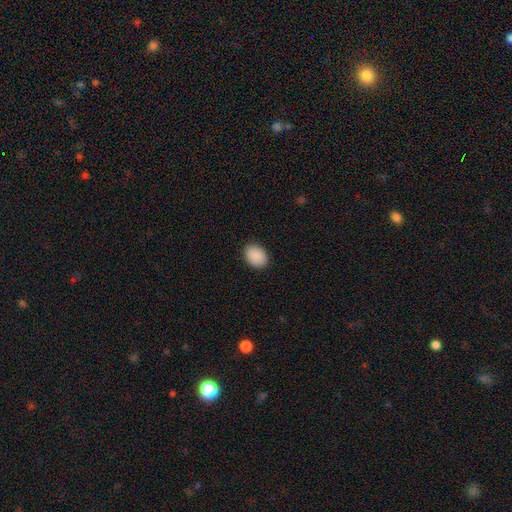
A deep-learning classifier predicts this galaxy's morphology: Q: Smooth or featured?
A: smooth (90%); runner-up: star or artifact (7%)
Q: How rounded?
A: in between (72%); runner-up: round (27%)
Q: Merging?
A: none (89%); runner-up: minor disturbance (8%)